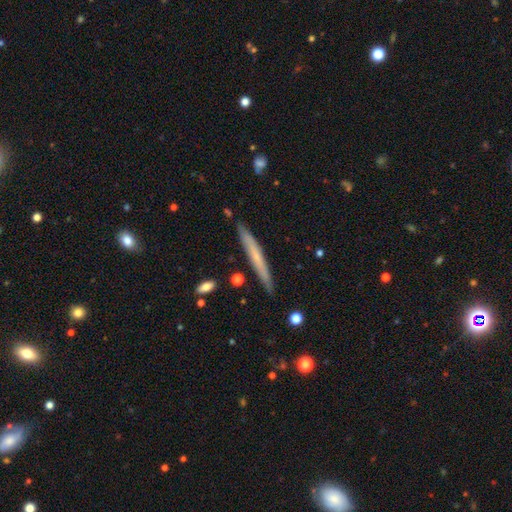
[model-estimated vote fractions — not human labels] Smooth or featured: smooth — 49% (featured or disk — 44%)
Merging: none — 88% (minor disturbance — 9%)